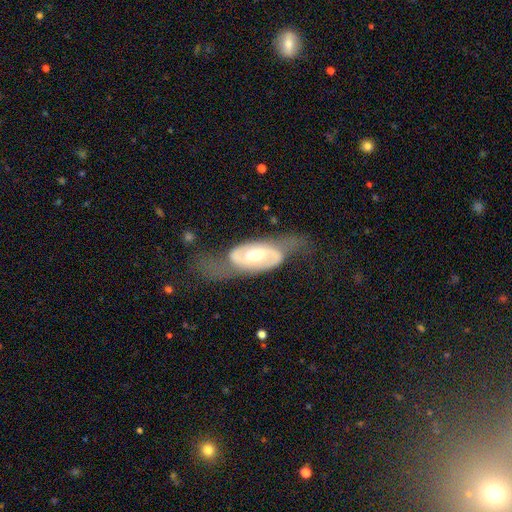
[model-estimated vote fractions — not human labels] Smooth or featured? featured or disk (84%)
Edge-on disk? no (94%)
Bar? weak (41%)
Spiral arms? yes (91%)
Spiral winding? medium (43%)
Spiral arm count? 2 (89%)
Bulge size? moderate (67%)
Merging? none (53%)